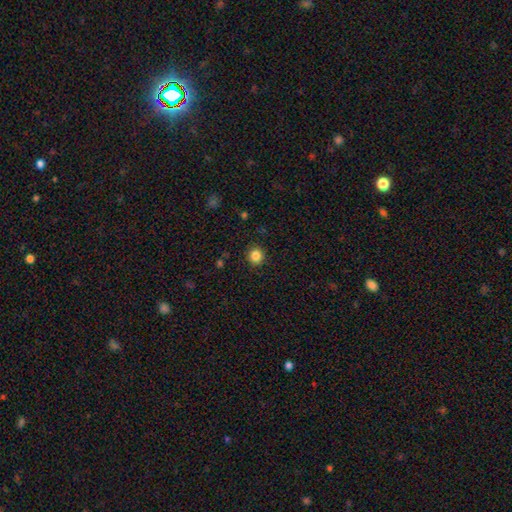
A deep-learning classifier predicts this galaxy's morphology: A smooth galaxy with no disk features (85%) that is round (91%).

Vote fractions:
- Smooth or featured? smooth: 85% / star or artifact: 11% / featured or disk: 4%
- How rounded? round: 91% / in between: 8% / cigar-shaped: 1%
- Merging? none: 91% / minor disturbance: 6% / major disturbance: 2% / merger: 1%